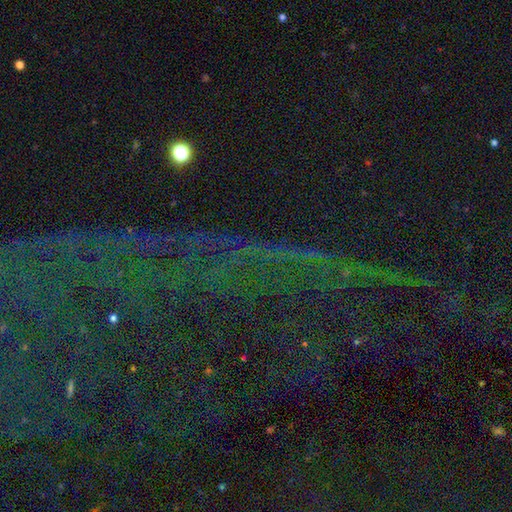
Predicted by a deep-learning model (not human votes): Smooth or featured? Predicted: star or artifact (p=0.85).